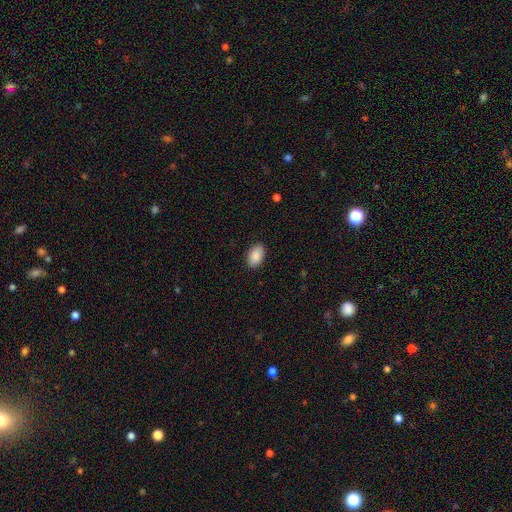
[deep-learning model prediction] Morphology: type=smooth (88%); roundness=in between (93%); merging=none (89%).